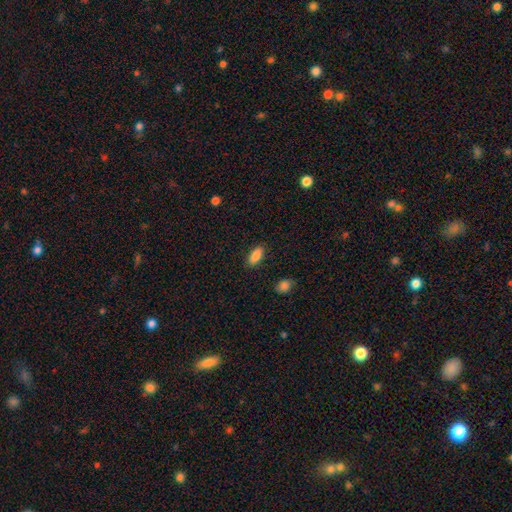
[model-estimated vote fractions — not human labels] This is clearly a smooth galaxy (88%). How rounded: clearly in between (82%). Merging: clearly none (88%).